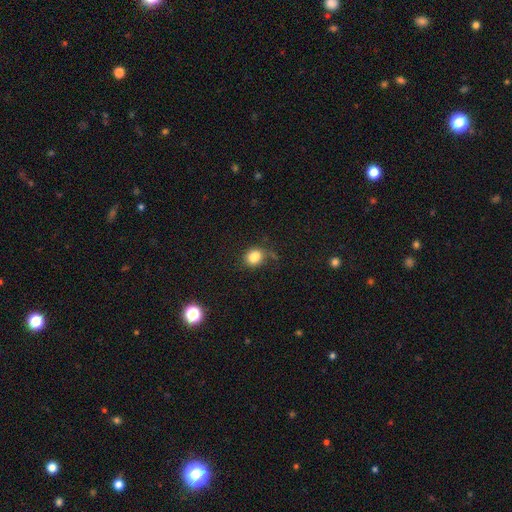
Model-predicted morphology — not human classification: Smooth or featured? Predicted: smooth (p=0.83). How rounded? Predicted: round (p=0.59). Merging? Predicted: none (p=0.57).